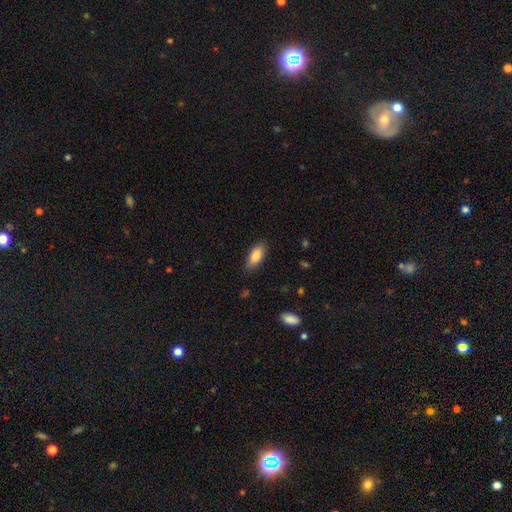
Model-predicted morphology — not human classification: smooth_or_featured: smooth (p=0.85) [alt: featured or disk p=0.09]
how_rounded: in between (p=0.85) [alt: cigar-shaped p=0.13]
merging: none (p=0.84) [alt: minor disturbance p=0.12]